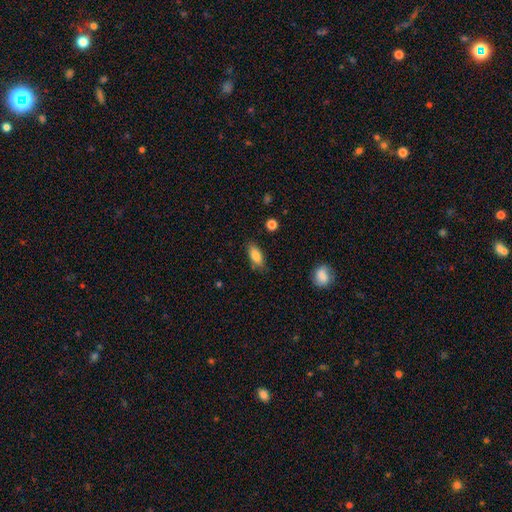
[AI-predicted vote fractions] Smooth or featured? smooth (84%)
How rounded? in between (80%)
Merging? none (81%)